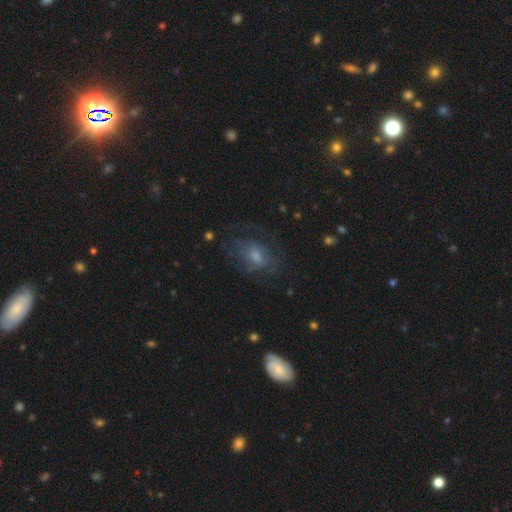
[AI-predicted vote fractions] A featured or disk galaxy (42%).

Vote fractions:
- Smooth or featured? featured or disk: 42% / smooth: 41% / star or artifact: 17%
- Merging? none: 59% / minor disturbance: 20% / major disturbance: 19% / merger: 2%